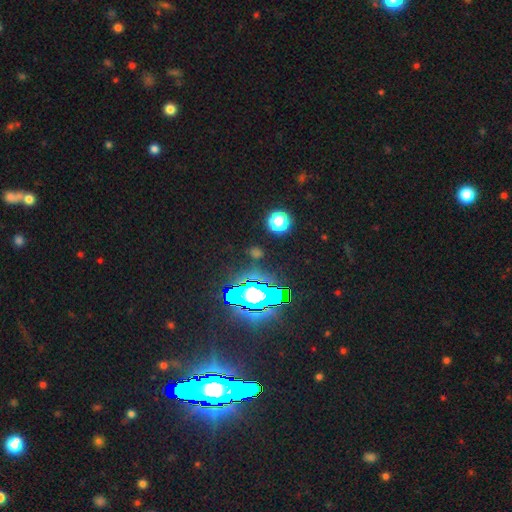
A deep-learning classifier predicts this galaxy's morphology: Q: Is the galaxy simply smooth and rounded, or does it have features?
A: star or artifact — 70%.